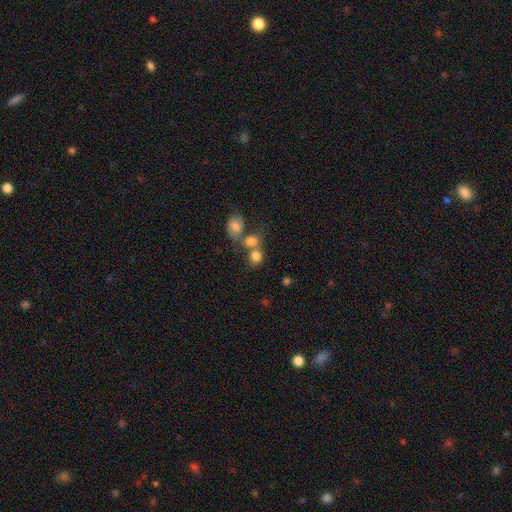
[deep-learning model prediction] Smooth or featured? Predicted: smooth (p=0.79). How rounded? Predicted: round (p=0.70). Merging? Predicted: merger (p=0.46).